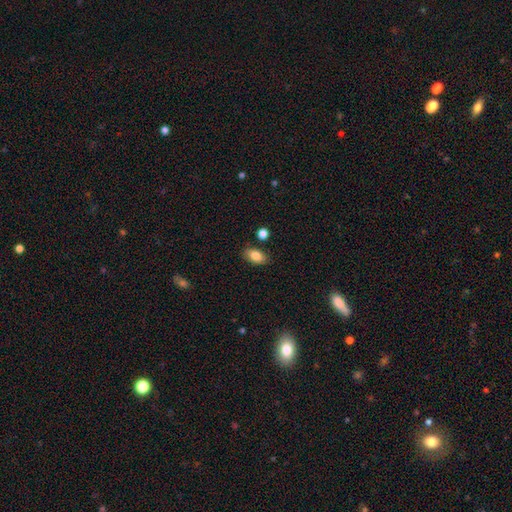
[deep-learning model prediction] Morphology: type=smooth (83%); roundness=in between (90%); merging=none (83%).